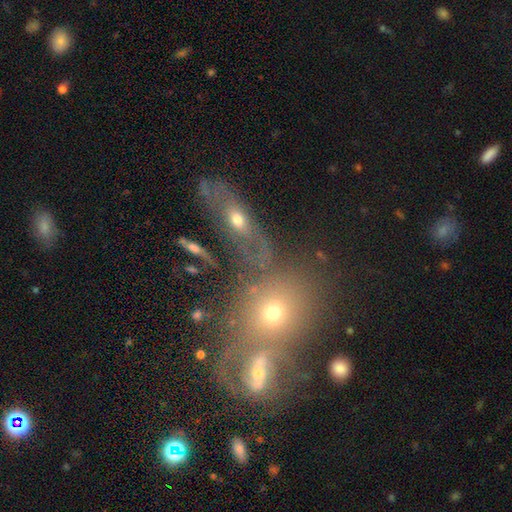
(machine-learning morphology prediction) Smooth or featured: smooth — 41% (featured or disk — 39%)
Merging: merger — 47% (none — 33%)